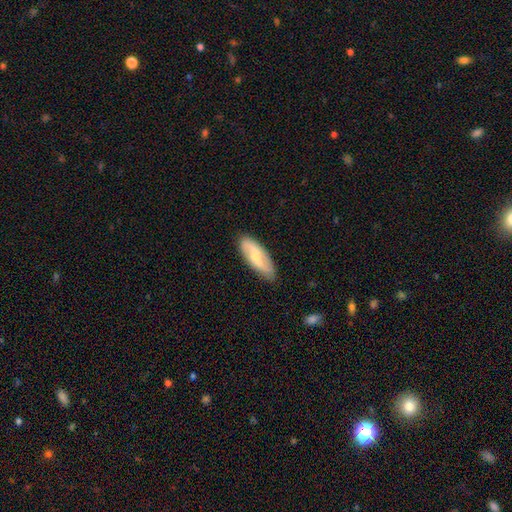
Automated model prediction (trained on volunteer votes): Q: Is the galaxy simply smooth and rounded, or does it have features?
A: featured or disk — 66%.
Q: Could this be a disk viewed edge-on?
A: no — 90%.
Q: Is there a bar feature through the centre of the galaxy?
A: weak — 48%.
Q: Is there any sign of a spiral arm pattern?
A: yes — 87%.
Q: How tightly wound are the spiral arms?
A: loose — 52%.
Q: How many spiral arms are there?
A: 2 — 87%.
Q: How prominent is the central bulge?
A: small — 44%, tied with moderate.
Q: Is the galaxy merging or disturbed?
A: none — 84%.